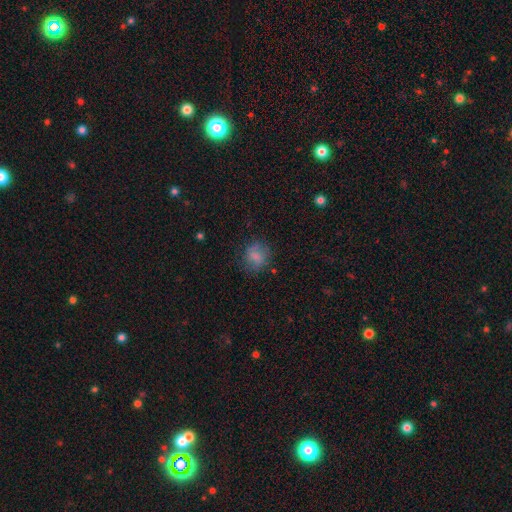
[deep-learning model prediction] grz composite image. It shows a smooth galaxy with no disk features (73%) that is round (68%). Merging: none (68%).